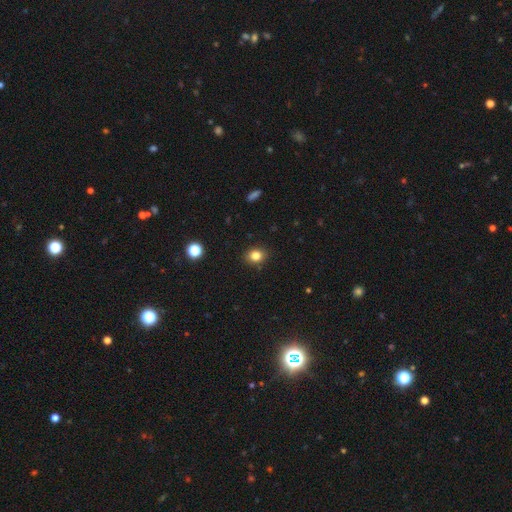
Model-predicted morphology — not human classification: Smooth or featured?
  - smooth: 82% *
  - star or artifact: 12%
  - featured or disk: 6%
How rounded?
  - round: 63% *
  - in between: 36%
  - cigar-shaped: 1%
Merging?
  - none: 89% *
  - minor disturbance: 8%
  - major disturbance: 2%
  - merger: 1%